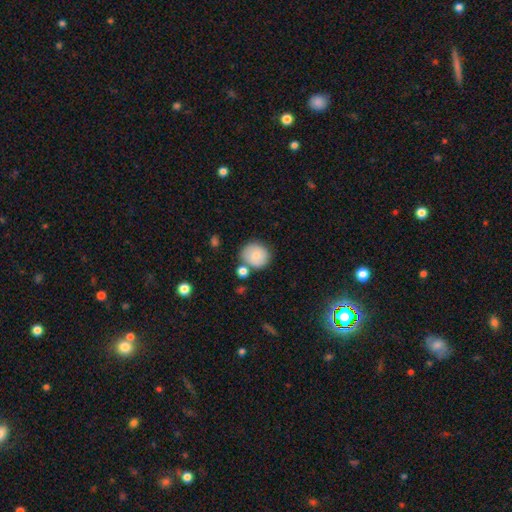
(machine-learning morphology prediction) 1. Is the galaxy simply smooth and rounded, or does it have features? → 82% smooth, 11% featured or disk, 8% star or artifact.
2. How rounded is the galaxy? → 88% round, 11% in between, 1% cigar-shaped.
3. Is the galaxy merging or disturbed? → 68% none, 15% merger, 14% minor disturbance, 4% major disturbance.